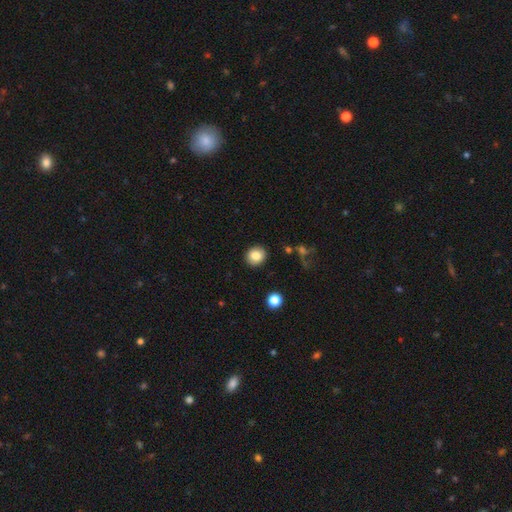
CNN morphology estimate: type=smooth (84%); roundness=round (84%); merging=none (90%).